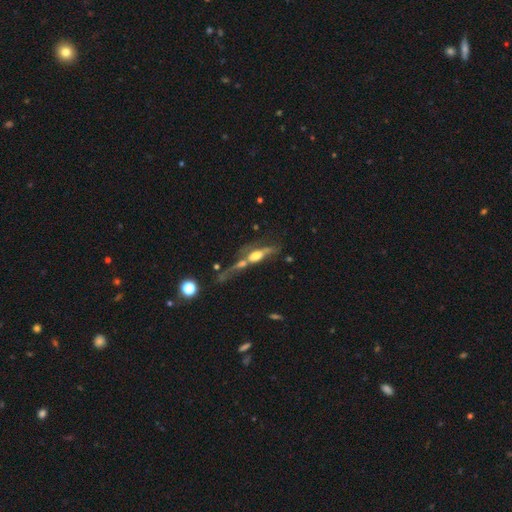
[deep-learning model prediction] Smooth or featured? Predicted: featured or disk (p=0.57). Edge-on disk? Predicted: no (p=0.56). Merging? Predicted: merger (p=0.56).